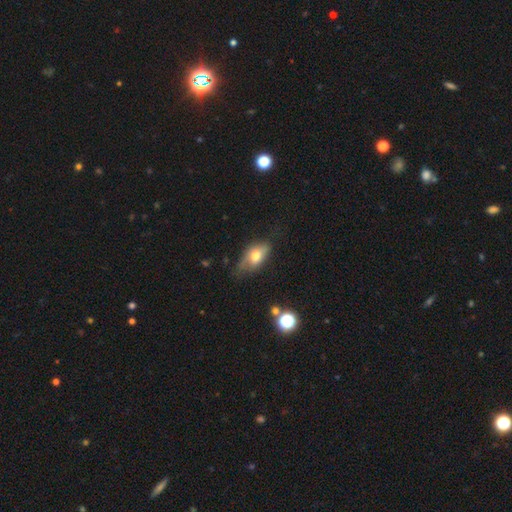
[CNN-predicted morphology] The model was most divided on "merging": none: 50%, minor disturbance: 35%, major disturbance: 12%, merger: 3%. More confident: how rounded — in between (87%); smooth or featured — smooth (65%).